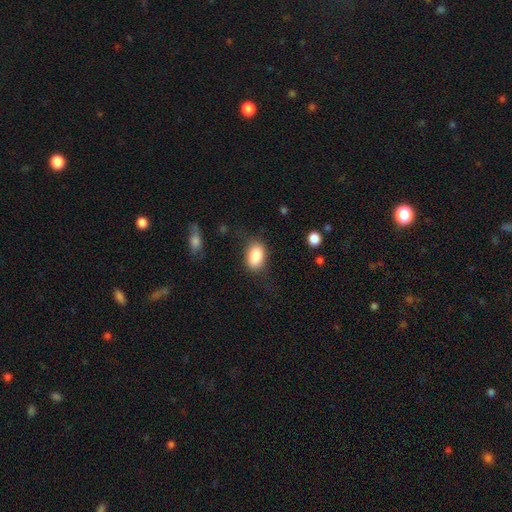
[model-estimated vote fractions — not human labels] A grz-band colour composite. It shows a smooth galaxy with no disk features (87%) that is in between round and cigar-shaped (88%). Merging: none (73%).